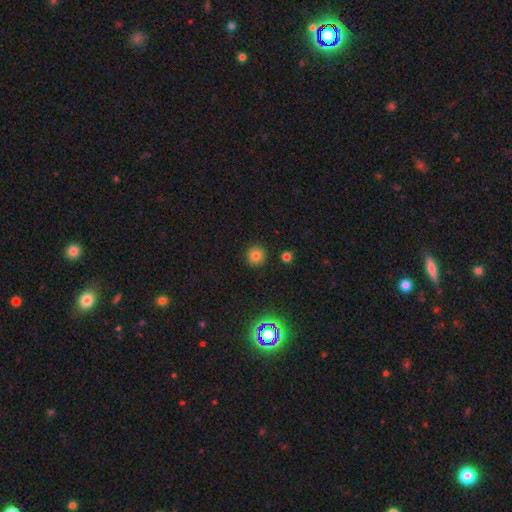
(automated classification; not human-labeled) This is likely a smooth galaxy (79%). How rounded: clearly round (95%). Merging: clearly none (91%).